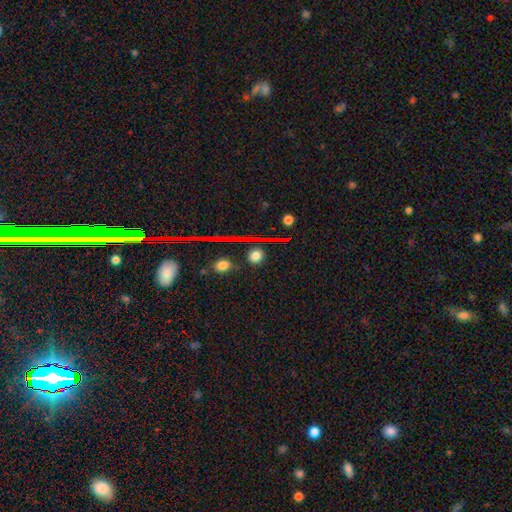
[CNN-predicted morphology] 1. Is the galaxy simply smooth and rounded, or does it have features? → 71% smooth, 21% star or artifact, 9% featured or disk.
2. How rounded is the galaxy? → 83% round, 15% in between, 2% cigar-shaped.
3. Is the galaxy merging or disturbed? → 83% none, 9% minor disturbance, 4% merger, 3% major disturbance.